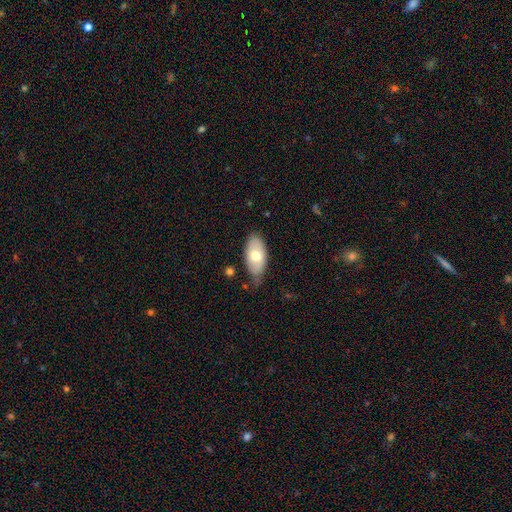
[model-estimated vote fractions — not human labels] Smooth or featured? Predicted: smooth (p=0.68). How rounded? Predicted: in between (p=0.93). Merging? Predicted: none (p=0.65).